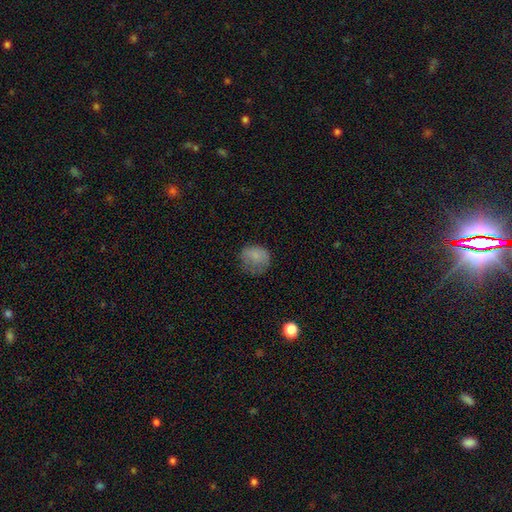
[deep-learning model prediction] smooth_or_featured: smooth (p=0.78) [alt: featured or disk p=0.11]
how_rounded: round (p=0.78) [alt: in between p=0.21]
merging: none (p=0.57) [alt: minor disturbance p=0.28]